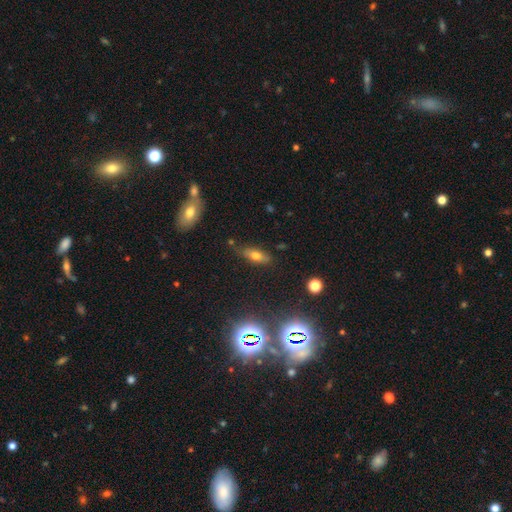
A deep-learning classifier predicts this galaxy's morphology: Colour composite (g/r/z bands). It shows a smooth galaxy with no disk features (61%) that is in between round and cigar-shaped (65%). Merging: none (74%).